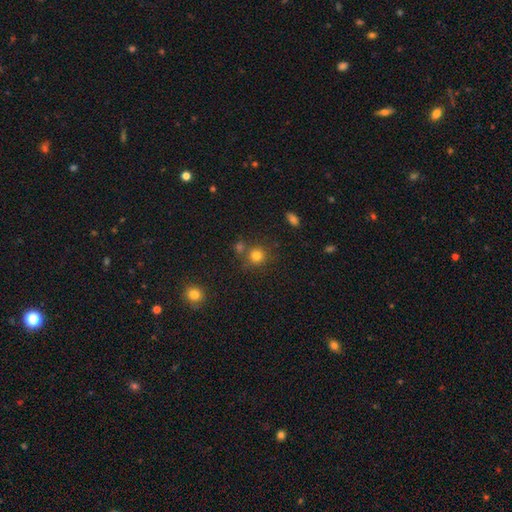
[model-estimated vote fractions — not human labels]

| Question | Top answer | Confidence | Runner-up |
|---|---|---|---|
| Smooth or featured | smooth | 79% | star or artifact (14%) |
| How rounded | round | 90% | in between (9%) |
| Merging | none | 71% | merger (16%) |